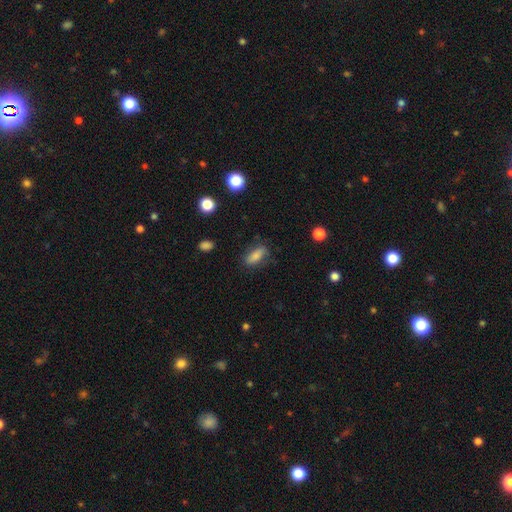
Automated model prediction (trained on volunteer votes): A smooth galaxy with no disk features (77%) that is in between round and cigar-shaped (78%).

Vote fractions:
- Smooth or featured? smooth: 77% / featured or disk: 14% / star or artifact: 9%
- How rounded? in between: 78% / cigar-shaped: 18% / round: 5%
- Merging? none: 74% / minor disturbance: 18% / major disturbance: 6% / merger: 2%